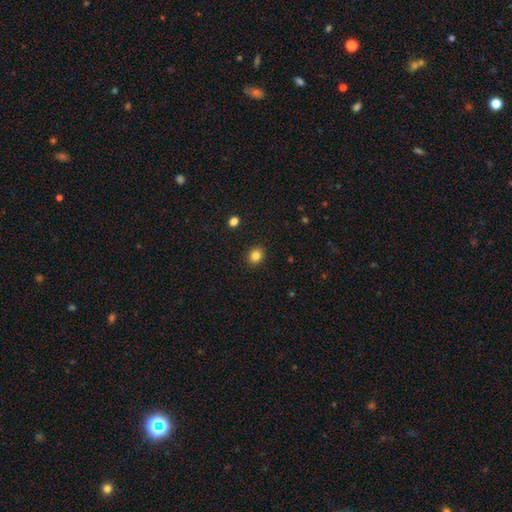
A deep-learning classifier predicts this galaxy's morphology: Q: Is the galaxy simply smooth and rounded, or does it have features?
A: smooth — 84%.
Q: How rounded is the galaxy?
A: round — 65%.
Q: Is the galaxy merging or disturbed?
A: none — 91%.